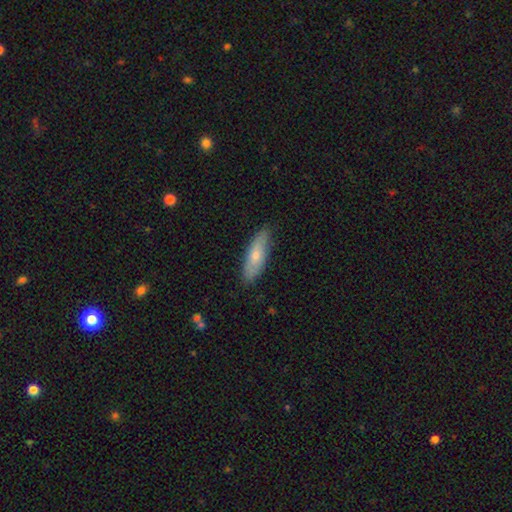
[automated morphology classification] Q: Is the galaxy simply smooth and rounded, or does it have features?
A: smooth — 70%.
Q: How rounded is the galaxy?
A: in between — 53%.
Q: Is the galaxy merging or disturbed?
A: none — 82%.